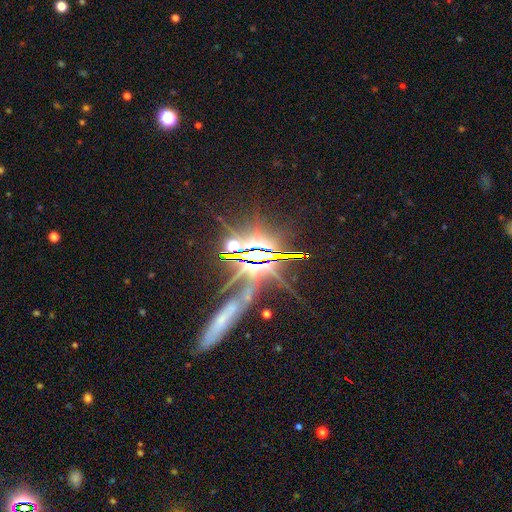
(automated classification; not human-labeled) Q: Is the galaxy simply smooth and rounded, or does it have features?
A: star or artifact — 78%.